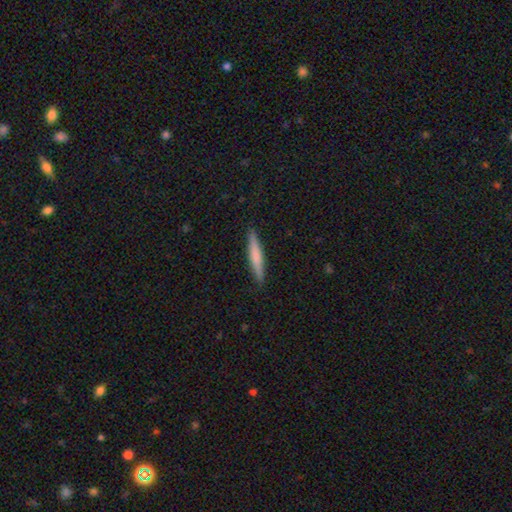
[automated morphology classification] Smooth or featured: smooth — 62% (featured or disk — 33%)
How rounded: cigar-shaped — 93% (in between — 5%)
Merging: none — 90% (minor disturbance — 7%)